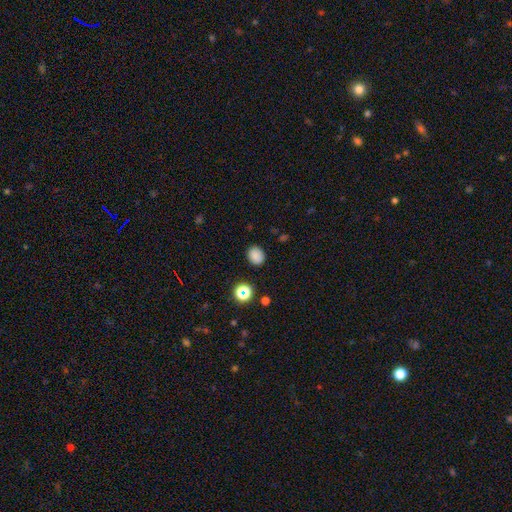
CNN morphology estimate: A smooth galaxy with no disk features (83%) that is round (53%). Merging: none (87%).